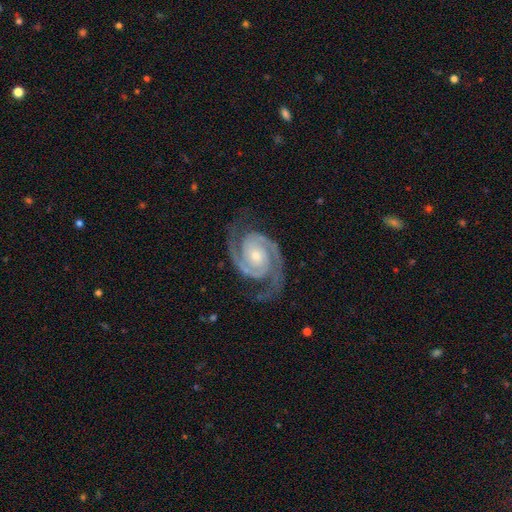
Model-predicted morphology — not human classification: The model was most divided on "bulge size": small: 52%, moderate: 42%, large: 3%, none: 2%, dominant: 1%. More confident: spiral arms — yes (99%); edge-on disk — no (98%); smooth or featured — featured or disk (94%); spiral arm count — 2 (94%); merging — none (81%); bar — no (69%); spiral winding — tight (53%).